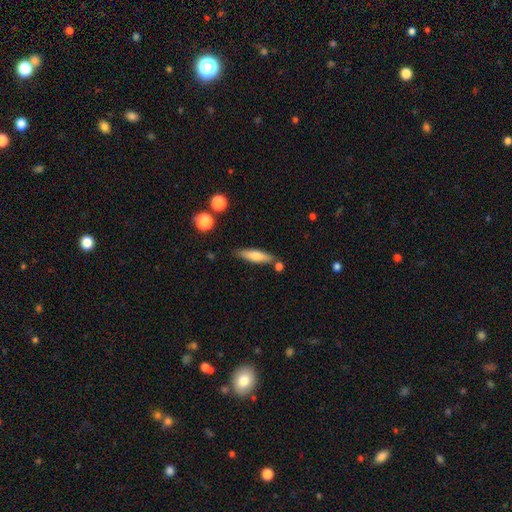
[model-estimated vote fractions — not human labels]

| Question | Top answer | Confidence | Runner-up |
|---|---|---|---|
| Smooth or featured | smooth | 71% | featured or disk (23%) |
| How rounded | cigar-shaped | 64% | in between (34%) |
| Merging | none | 76% | minor disturbance (13%) |